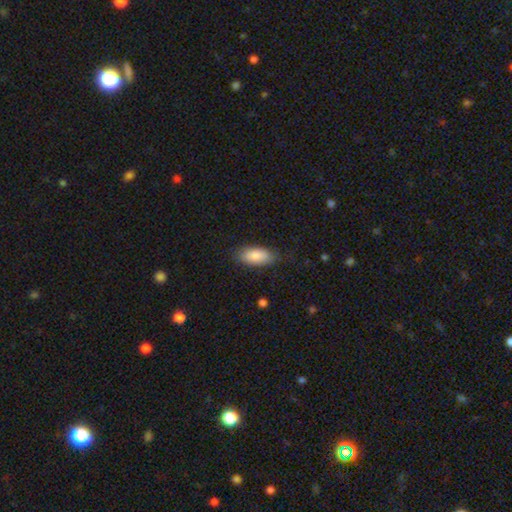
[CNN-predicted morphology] smooth_or_featured: smooth (p=0.86) [alt: featured or disk p=0.08]
how_rounded: in between (p=0.88) [alt: cigar-shaped p=0.10]
merging: none (p=0.80) [alt: minor disturbance p=0.15]